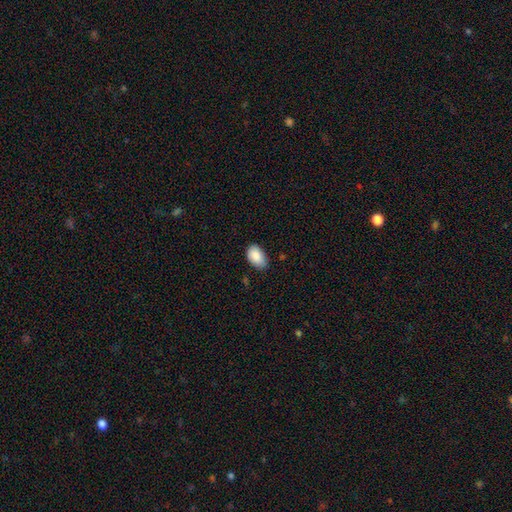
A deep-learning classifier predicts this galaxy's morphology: smooth_or_featured: smooth (p=0.88) [alt: star or artifact p=0.07]
how_rounded: in between (p=0.92) [alt: round p=0.07]
merging: none (p=0.74) [alt: minor disturbance p=0.22]